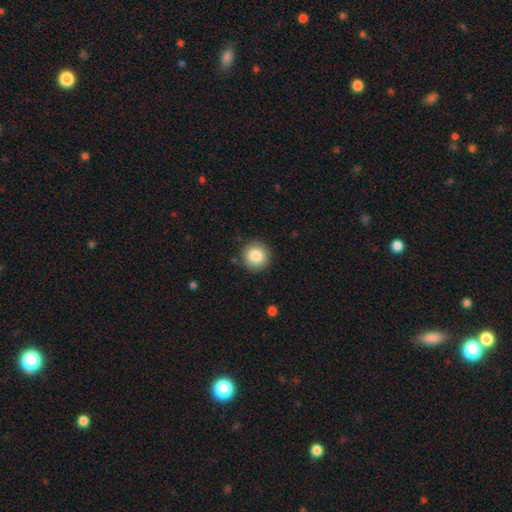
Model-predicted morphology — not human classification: smooth 85%, star or artifact 9%, featured or disk 6%. Down the decision tree: how rounded — round (94%); merging — none (90%).